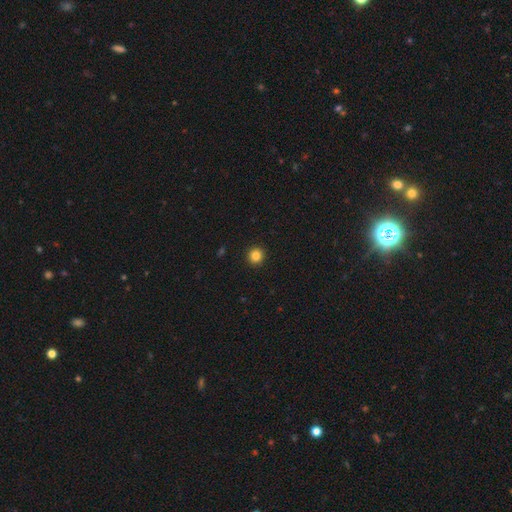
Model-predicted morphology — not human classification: Smooth or featured?
  - smooth: 84% *
  - star or artifact: 11%
  - featured or disk: 4%
How rounded?
  - round: 95% *
  - in between: 4%
  - cigar-shaped: 1%
Merging?
  - none: 94% *
  - minor disturbance: 4%
  - major disturbance: 1%
  - merger: 1%